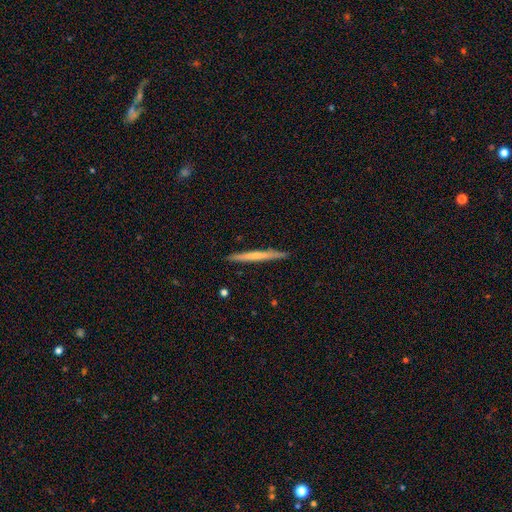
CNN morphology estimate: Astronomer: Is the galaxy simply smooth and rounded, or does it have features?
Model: smooth — 53% (runner-up: featured or disk, 42%).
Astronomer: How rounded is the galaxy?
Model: cigar-shaped — 97%.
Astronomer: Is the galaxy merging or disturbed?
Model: none — 91%.